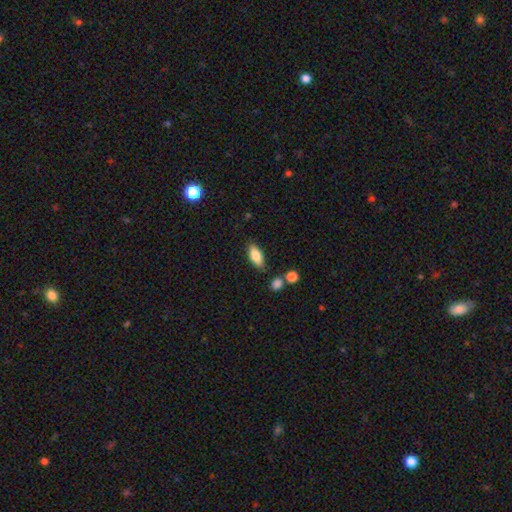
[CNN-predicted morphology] type=smooth (78%); roundness=in between (81%); merging=none (81%).